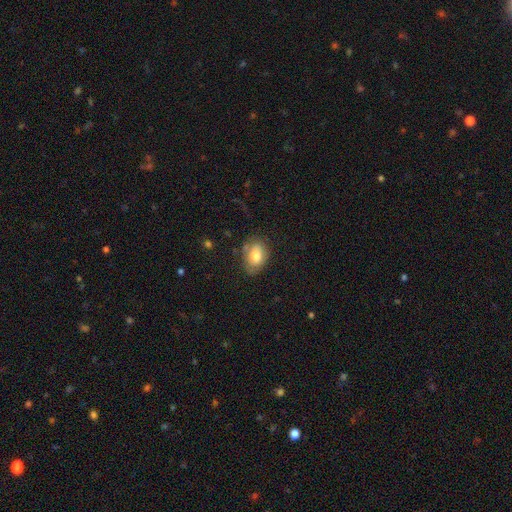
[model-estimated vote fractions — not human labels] smooth-or-featured: smooth: 72% | featured or disk: 20% | star or artifact: 8%
  how-rounded: in between: 80% | round: 19% | cigar-shaped: 1%
  merging: none: 69% | minor disturbance: 22% | major disturbance: 6% | merger: 2%